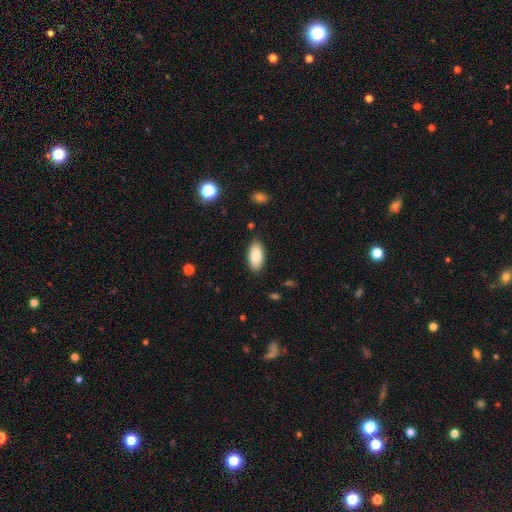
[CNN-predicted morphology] smooth 86%, featured or disk 8%, star or artifact 6%. Down the decision tree: how rounded — in between (91%); merging — none (85%).